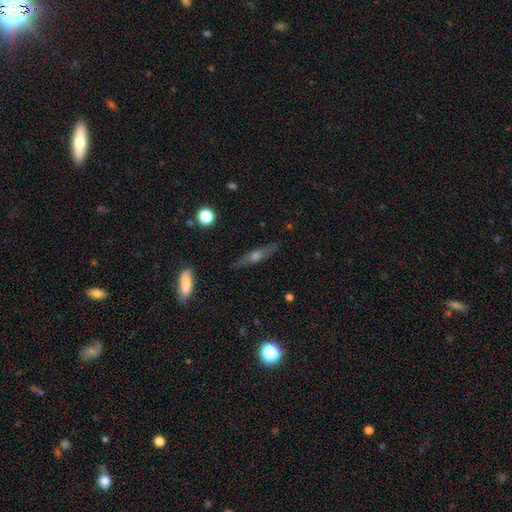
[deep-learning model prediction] A featured or disk galaxy (59%) viewed edge-on (88%) with a rounded central bulge (85%).

Vote fractions:
- Smooth or featured? featured or disk: 59% / smooth: 32% / star or artifact: 10%
- Edge-on disk? yes: 88% / no: 12%
- Edge-on bulge? rounded: 85% / none: 9% / boxy: 6%
- Merging? none: 86% / minor disturbance: 10% / major disturbance: 2% / merger: 1%